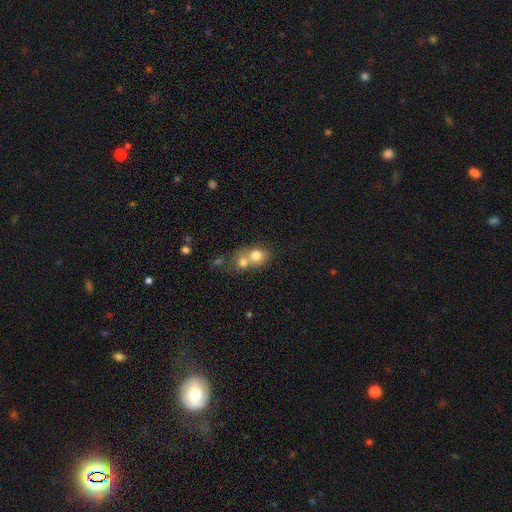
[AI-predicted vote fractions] smooth_or_featured: smooth (p=0.74) [alt: featured or disk p=0.15]
how_rounded: round (p=0.71) [alt: in between p=0.28]
merging: merger (p=0.62) [alt: none p=0.28]